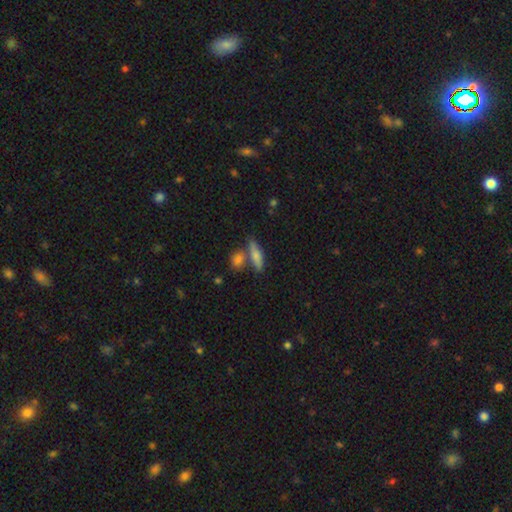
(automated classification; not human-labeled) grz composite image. It shows a smooth galaxy with no disk features (60%) that is cigar-shaped (61%). Merging: none (63%).